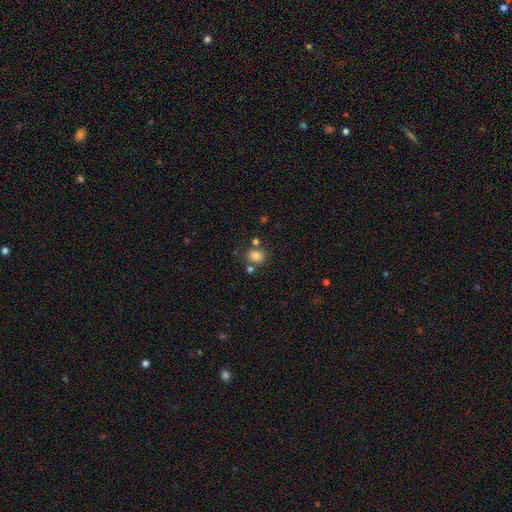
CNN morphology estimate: A smooth galaxy with no disk features (80%) that is round (62%).

Vote fractions:
- Smooth or featured? smooth: 80% / star or artifact: 12% / featured or disk: 7%
- How rounded? round: 62% / in between: 37% / cigar-shaped: 1%
- Merging? none: 70% / merger: 14% / minor disturbance: 12% / major disturbance: 4%